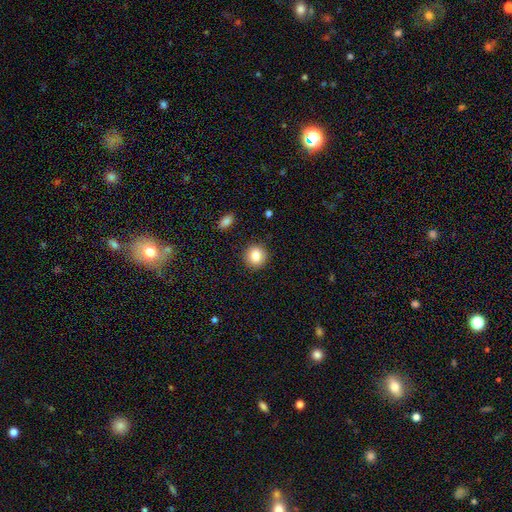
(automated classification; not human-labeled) This appears to be a smooth galaxy with no disk features (84%) that is round (89%). Merging: none (89%).